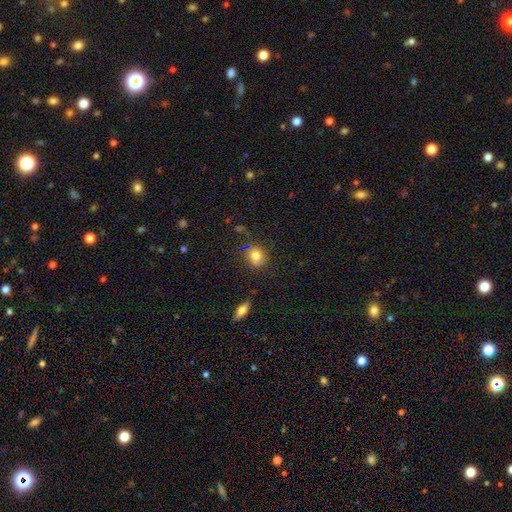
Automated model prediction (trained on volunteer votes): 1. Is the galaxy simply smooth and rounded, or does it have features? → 79% smooth, 12% star or artifact, 10% featured or disk.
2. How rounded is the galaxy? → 70% round, 29% in between, 1% cigar-shaped.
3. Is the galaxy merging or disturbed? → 76% none, 16% minor disturbance, 4% merger, 4% major disturbance.